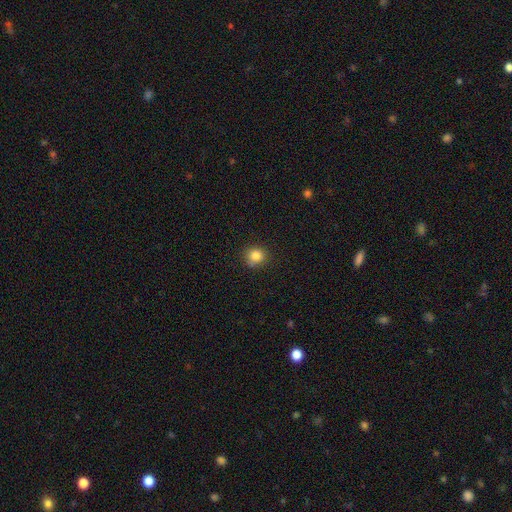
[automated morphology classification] This is clearly a smooth galaxy (84%). How rounded: clearly round (86%). Merging: likely none (79%).